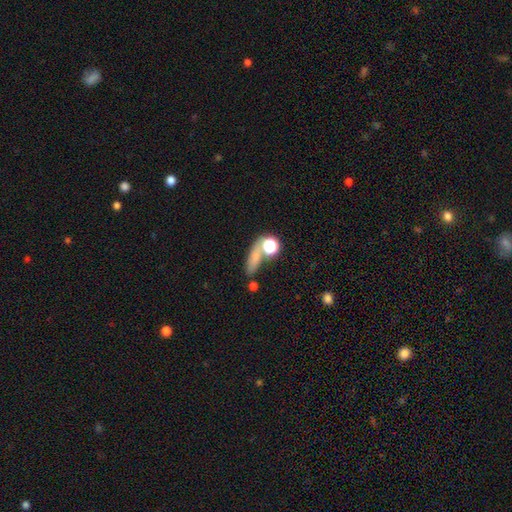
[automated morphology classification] Smooth or featured?
  - smooth: 66% *
  - star or artifact: 20%
  - featured or disk: 14%
How rounded?
  - cigar-shaped: 39% *
  - in between: 35%
  - round: 26%
Merging?
  - none: 55% *
  - merger: 21%
  - minor disturbance: 15%
  - major disturbance: 10%